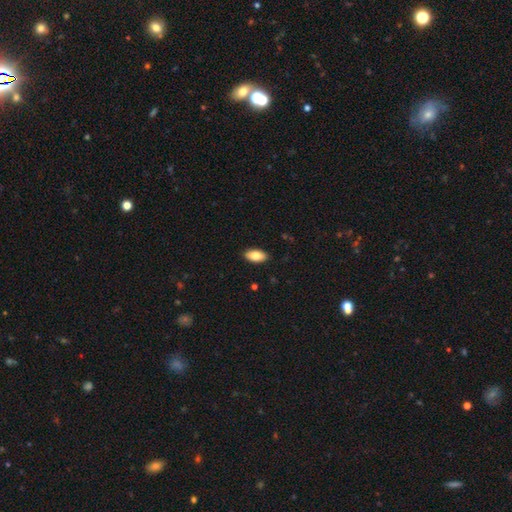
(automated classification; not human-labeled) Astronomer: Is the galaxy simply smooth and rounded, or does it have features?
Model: smooth — 84%.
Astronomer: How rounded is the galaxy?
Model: in between — 93%.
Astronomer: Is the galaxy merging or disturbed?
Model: none — 89%.